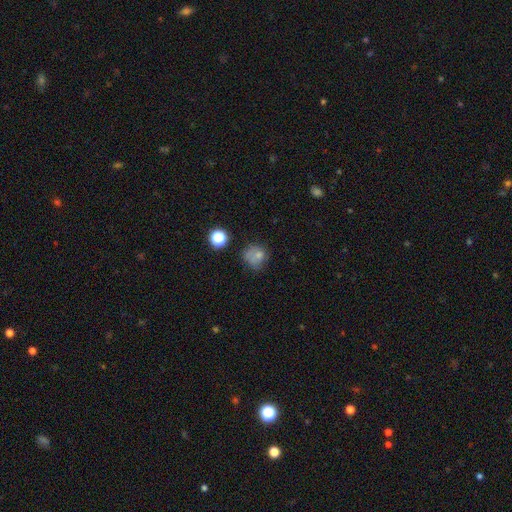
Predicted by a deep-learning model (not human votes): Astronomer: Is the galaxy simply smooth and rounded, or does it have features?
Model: smooth — 70%.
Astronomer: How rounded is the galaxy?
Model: round — 78%.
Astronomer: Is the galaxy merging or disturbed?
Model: none — 48% (runner-up: minor disturbance, 25%).